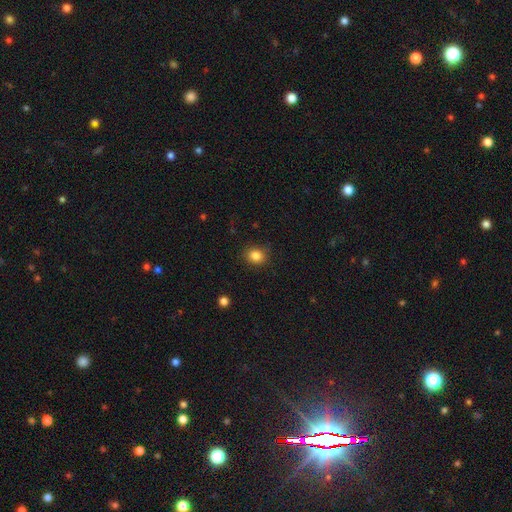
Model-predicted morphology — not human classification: This is clearly a smooth galaxy (85%). How rounded: likely round (71%). Merging: clearly none (86%).